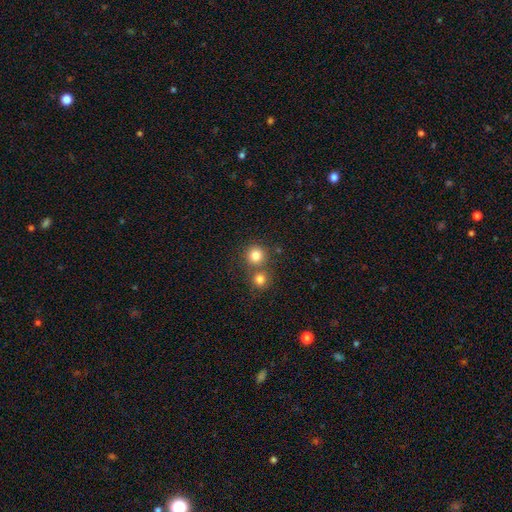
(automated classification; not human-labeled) A smooth galaxy with no disk features (81%) that is round (92%).

Vote fractions:
- Smooth or featured? smooth: 81% / star or artifact: 13% / featured or disk: 6%
- How rounded? round: 92% / in between: 7% / cigar-shaped: 1%
- Merging? none: 66% / merger: 26% / minor disturbance: 6% / major disturbance: 2%